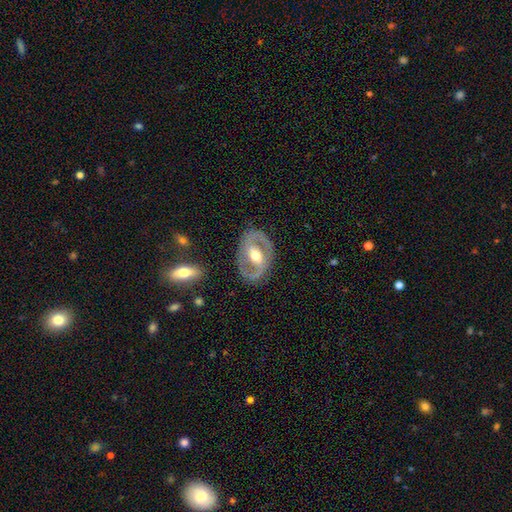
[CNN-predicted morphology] Smooth or featured?
  - featured or disk: 78% *
  - smooth: 17%
  - star or artifact: 5%
Edge-on disk?
  - no: 95% *
  - yes: 5%
Bar?
  - weak: 39% *
  - strong: 32%
  - no: 29%
Spiral arms?
  - yes: 67% *
  - no: 33%
Spiral winding?
  - medium: 49% *
  - tight: 31%
  - loose: 21%
Spiral arm count?
  - 2: 84% *
  - can't tell: 8%
  - 1: 4%
  - 3: 1%
  - 4: 1%
  - more than 4: 1%
Bulge size?
  - moderate: 74% *
  - small: 14%
  - large: 10%
  - dominant: 1%
  - none: 1%
Merging?
  - none: 81% *
  - minor disturbance: 12%
  - major disturbance: 5%
  - merger: 2%